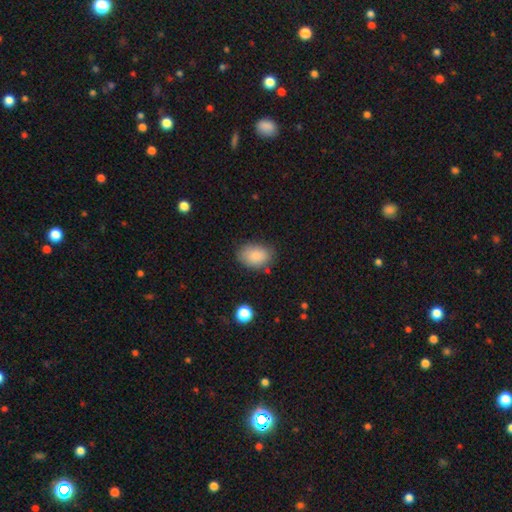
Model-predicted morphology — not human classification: A smooth galaxy with no disk features (87%) that is in between round and cigar-shaped (82%). Merging: none (77%).